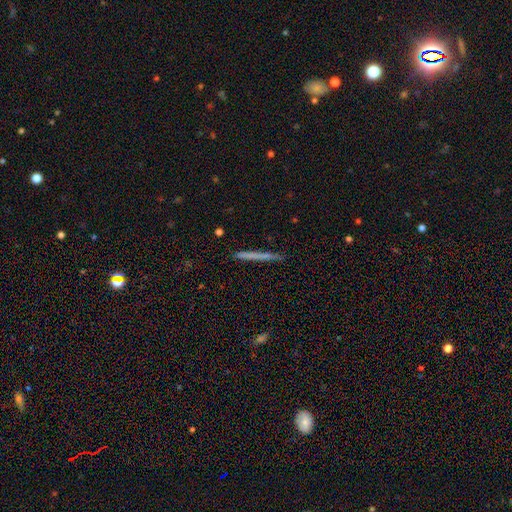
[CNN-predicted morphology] Q: Smooth or featured?
A: smooth (54%); runner-up: featured or disk (39%)
Q: How rounded?
A: cigar-shaped (97%); runner-up: in between (2%)
Q: Merging?
A: none (91%); runner-up: minor disturbance (6%)